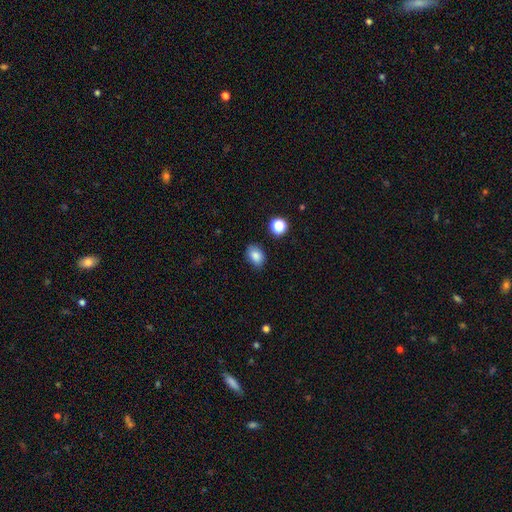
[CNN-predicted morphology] Smooth or featured? smooth (85%)
How rounded? in between (78%)
Merging? none (81%)